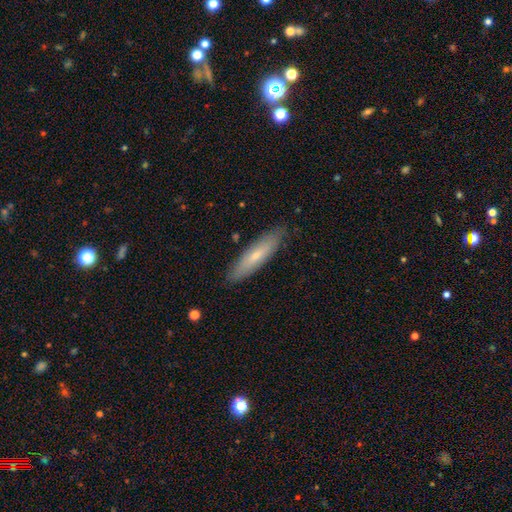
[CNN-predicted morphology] type=smooth (61%); roundness=cigar-shaped (73%); merging=none (86%).